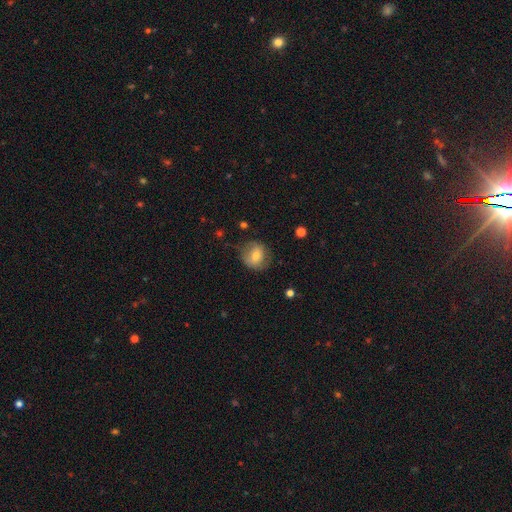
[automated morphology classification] Smooth or featured? Predicted: smooth (p=0.68). How rounded? Predicted: round (p=0.75). Merging? Predicted: none (p=0.69).